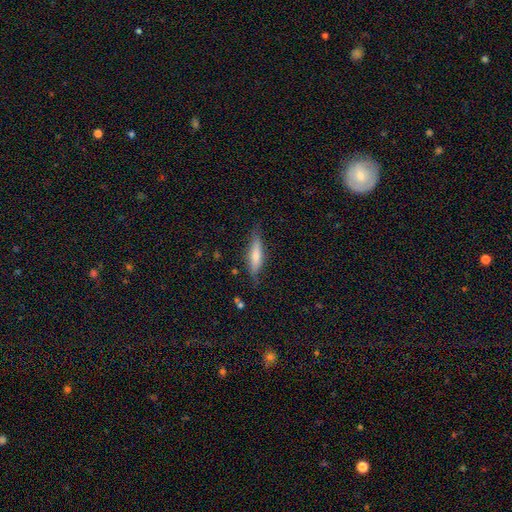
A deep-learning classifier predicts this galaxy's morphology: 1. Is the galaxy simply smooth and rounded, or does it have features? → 61% smooth, 33% featured or disk, 6% star or artifact.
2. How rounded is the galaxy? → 75% cigar-shaped, 24% in between, 2% round.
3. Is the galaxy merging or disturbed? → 77% none, 18% minor disturbance, 4% major disturbance, 2% merger.